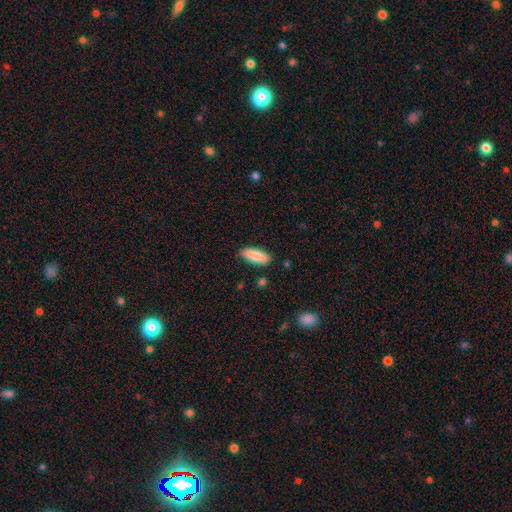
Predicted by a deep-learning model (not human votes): Q: Smooth or featured?
A: smooth (86%); runner-up: featured or disk (8%)
Q: How rounded?
A: in between (69%); runner-up: cigar-shaped (29%)
Q: Merging?
A: none (85%); runner-up: minor disturbance (10%)